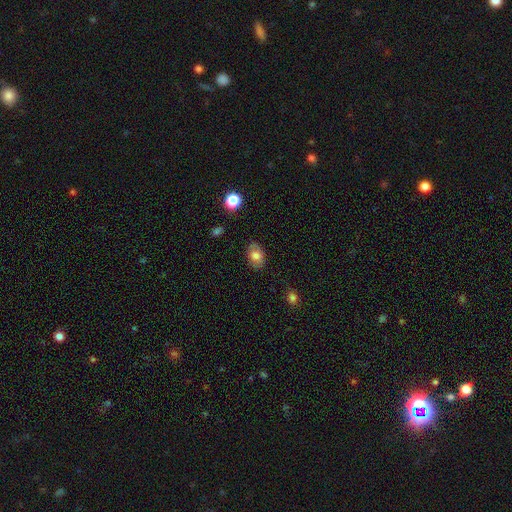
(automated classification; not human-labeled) Smooth or featured? Predicted: smooth (p=0.73). How rounded? Predicted: in between (p=0.80). Merging? Predicted: none (p=0.80).